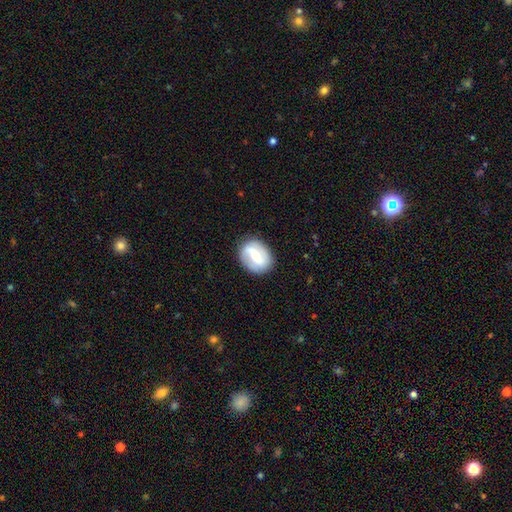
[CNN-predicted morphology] type=featured or disk (67%); edge-on=no (96%); bar=strong (45%); spiral arms=yes (76%); bulge=moderate (54%); merging=none (84%).